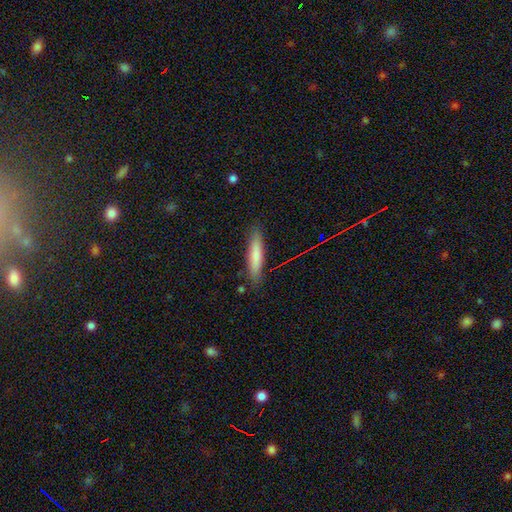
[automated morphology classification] This appears to be a smooth galaxy with no disk features (76%) that is cigar-shaped (85%). Merging: none (86%).